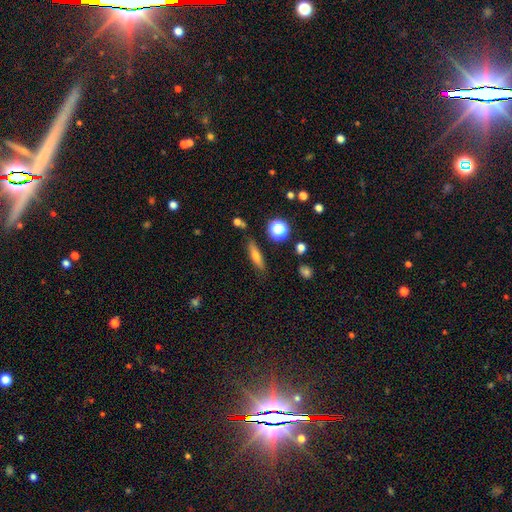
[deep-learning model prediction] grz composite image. It shows a smooth galaxy with no disk features (63%) that is cigar-shaped (67%). Merging: none (81%).